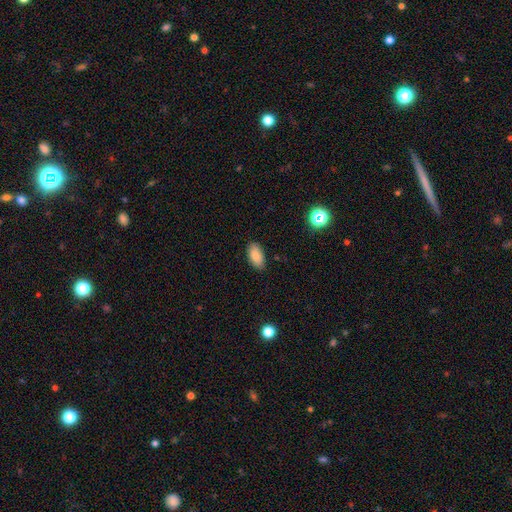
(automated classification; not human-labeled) Smooth or featured? Predicted: smooth (p=0.86). How rounded? Predicted: in between (p=0.93). Merging? Predicted: none (p=0.87).